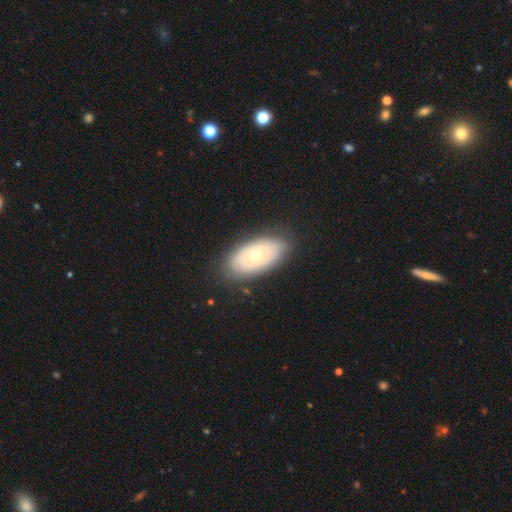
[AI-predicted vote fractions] Smooth or featured: featured or disk — 55% (smooth — 40%)
Edge-on disk: no — 89% (yes — 11%)
Merging: none — 83% (minor disturbance — 13%)